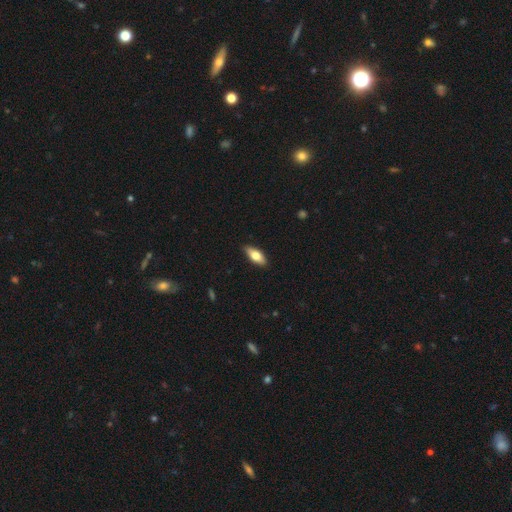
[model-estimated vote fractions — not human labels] Smooth or featured: smooth — 73% (featured or disk — 21%)
How rounded: in between — 80% (cigar-shaped — 18%)
Merging: none — 87% (minor disturbance — 10%)